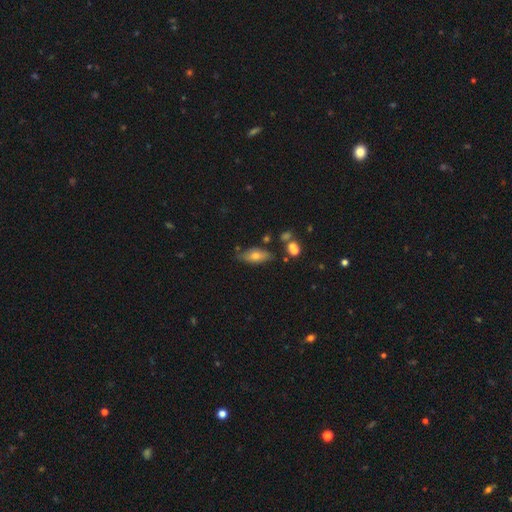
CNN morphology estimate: smooth-or-featured: smooth: 65% | featured or disk: 26% | star or artifact: 9%
  how-rounded: in between: 82% | cigar-shaped: 14% | round: 4%
  merging: none: 69% | minor disturbance: 21% | merger: 5% | major disturbance: 5%